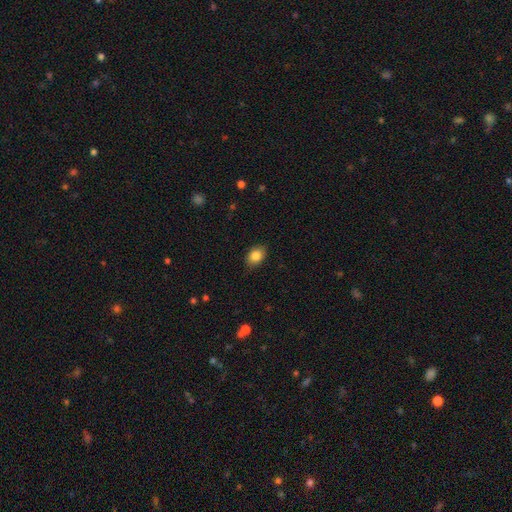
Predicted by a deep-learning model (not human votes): Q: Smooth or featured?
A: smooth (85%); runner-up: star or artifact (8%)
Q: How rounded?
A: in between (73%); runner-up: round (25%)
Q: Merging?
A: none (84%); runner-up: minor disturbance (13%)